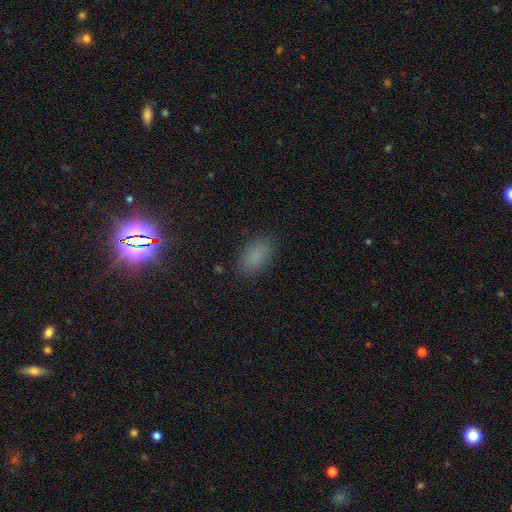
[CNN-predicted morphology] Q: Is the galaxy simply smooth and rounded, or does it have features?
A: smooth — 80%.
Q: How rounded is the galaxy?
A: in between — 92%.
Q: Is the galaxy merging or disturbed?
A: none — 85%.